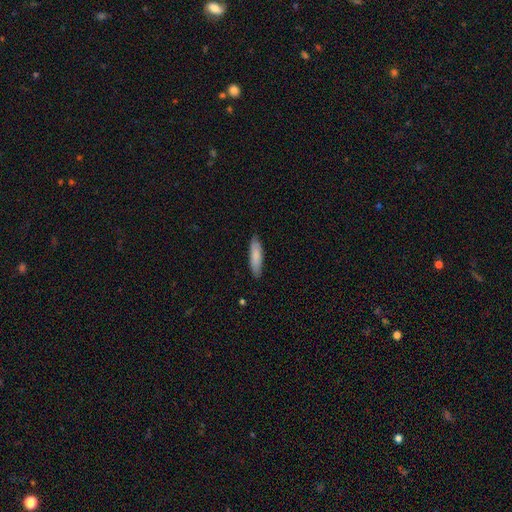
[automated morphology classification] This is clearly a smooth galaxy (82%). How rounded: likely cigar-shaped (68%). Merging: clearly none (85%).